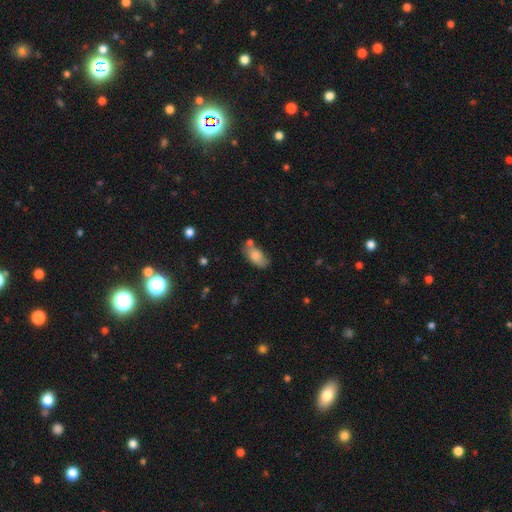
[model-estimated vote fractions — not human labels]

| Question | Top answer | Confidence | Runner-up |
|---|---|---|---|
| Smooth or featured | smooth | 78% | featured or disk (14%) |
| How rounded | in between | 91% | cigar-shaped (5%) |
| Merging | none | 51% | minor disturbance (26%) |